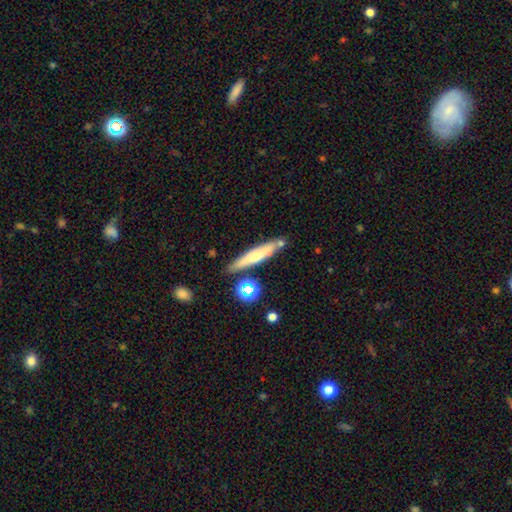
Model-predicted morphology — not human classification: Q: Smooth or featured?
A: smooth (53%); runner-up: featured or disk (39%)
Q: How rounded?
A: cigar-shaped (89%); runner-up: in between (9%)
Q: Merging?
A: none (75%); runner-up: minor disturbance (13%)